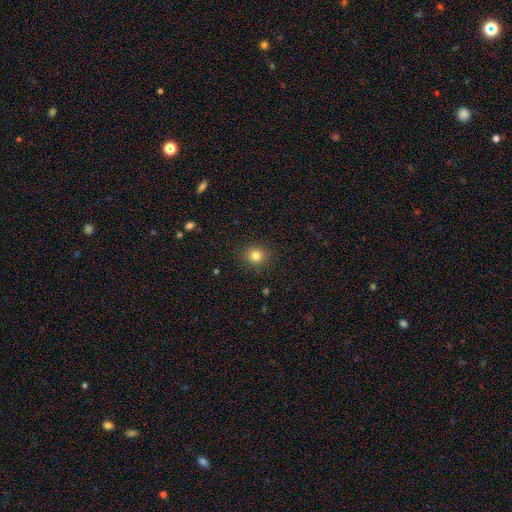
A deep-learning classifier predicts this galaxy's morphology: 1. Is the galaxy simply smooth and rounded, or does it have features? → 82% smooth, 13% star or artifact, 6% featured or disk.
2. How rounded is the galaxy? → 86% round, 13% in between, 1% cigar-shaped.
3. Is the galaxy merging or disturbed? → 90% none, 7% minor disturbance, 2% major disturbance, 1% merger.